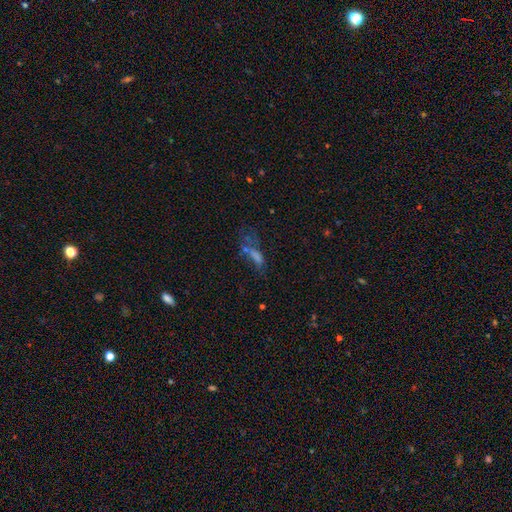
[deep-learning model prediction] smooth_or_featured: smooth (p=0.39) [alt: featured or disk p=0.32]
merging: none (p=0.36) [alt: major disturbance p=0.33]